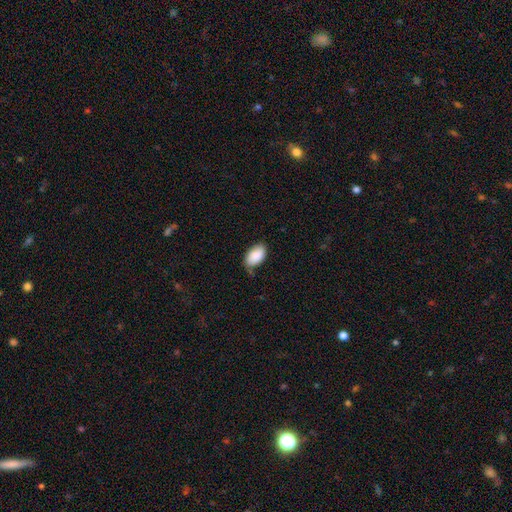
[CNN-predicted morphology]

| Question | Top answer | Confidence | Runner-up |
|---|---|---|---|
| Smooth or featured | smooth | 88% | star or artifact (6%) |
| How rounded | in between | 94% | round (4%) |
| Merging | none | 67% | minor disturbance (26%) |